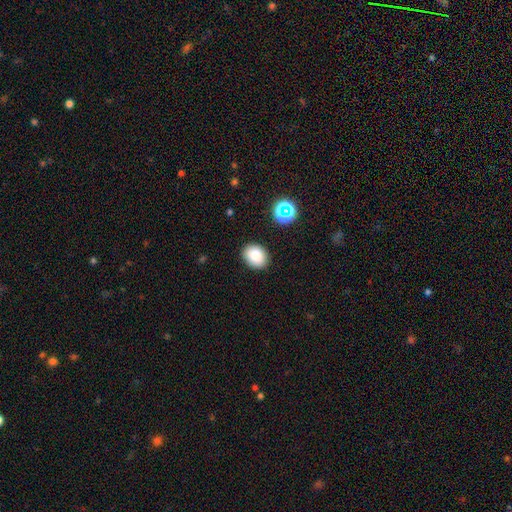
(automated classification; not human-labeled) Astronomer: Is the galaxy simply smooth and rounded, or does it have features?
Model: smooth — 83%.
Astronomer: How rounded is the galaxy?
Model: in between — 53% (runner-up: round, 46%).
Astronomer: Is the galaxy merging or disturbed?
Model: none — 87%.